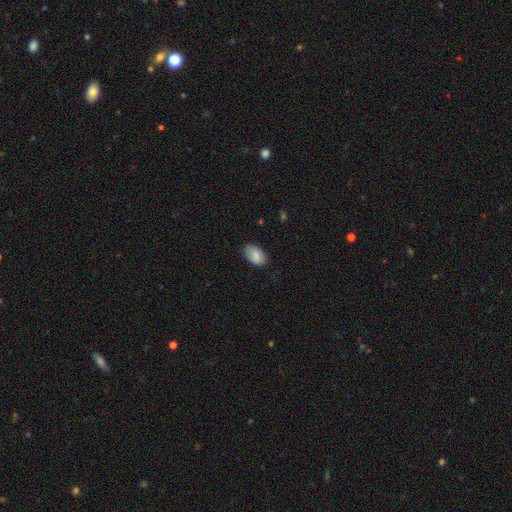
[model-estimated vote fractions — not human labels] Smooth or featured?
  - smooth: 79% *
  - featured or disk: 13%
  - star or artifact: 7%
How rounded?
  - in between: 92% *
  - round: 6%
  - cigar-shaped: 2%
Merging?
  - none: 77% *
  - minor disturbance: 19%
  - major disturbance: 4%
  - merger: 1%